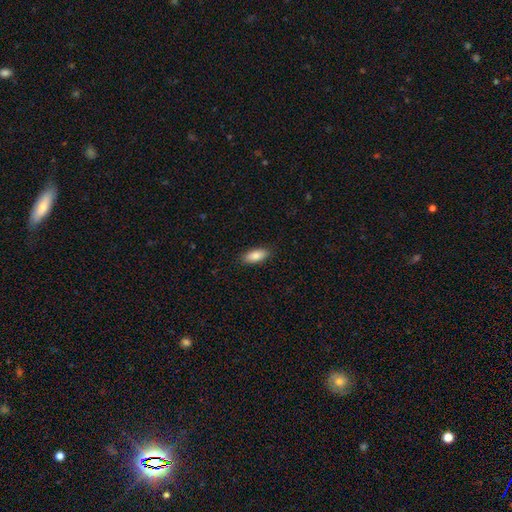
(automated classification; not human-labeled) Morphology: type=smooth (86%); roundness=in between (85%); merging=none (88%).